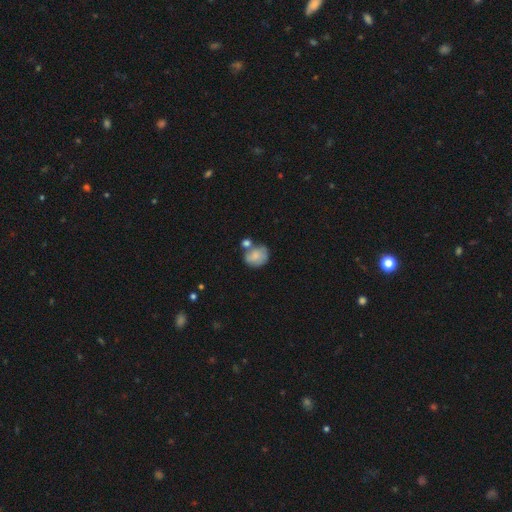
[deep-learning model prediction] smooth 73%, featured or disk 19%, star or artifact 8%. Down the decision tree: how rounded — round (61%); merging — none (42%).